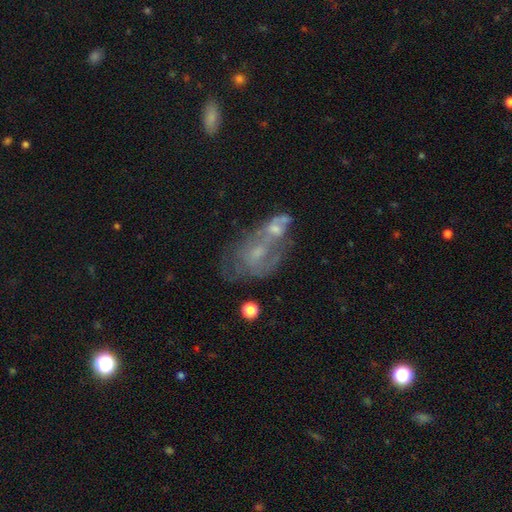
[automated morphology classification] Smooth or featured? Predicted: featured or disk (p=0.60). Edge-on disk? Predicted: no (p=0.96). Bar? Predicted: no (p=0.69). Spiral arms? Predicted: no (p=0.52). Bulge size? Predicted: small (p=0.50). Merging? Predicted: merger (p=0.46).